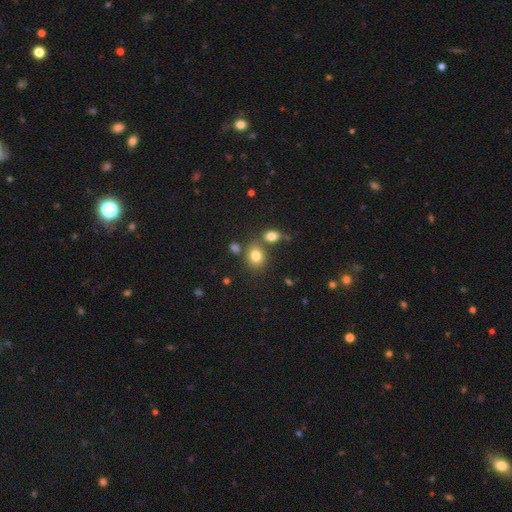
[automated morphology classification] A smooth galaxy with no disk features (79%) that is round (55%). Merging: none (64%).